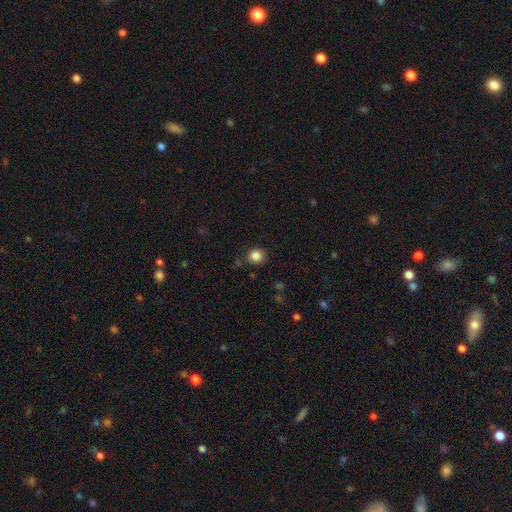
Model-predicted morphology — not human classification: smooth_or_featured: smooth (p=0.85) [alt: star or artifact p=0.12]
how_rounded: round (p=0.89) [alt: in between p=0.10]
merging: none (p=0.86) [alt: minor disturbance p=0.09]